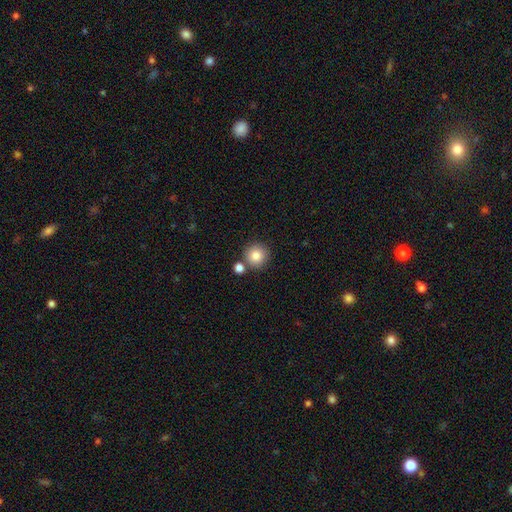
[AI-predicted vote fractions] The model was most divided on "merging": none: 77%, merger: 13%, minor disturbance: 8%, major disturbance: 2%. More confident: how rounded — round (94%); smooth or featured — smooth (84%).